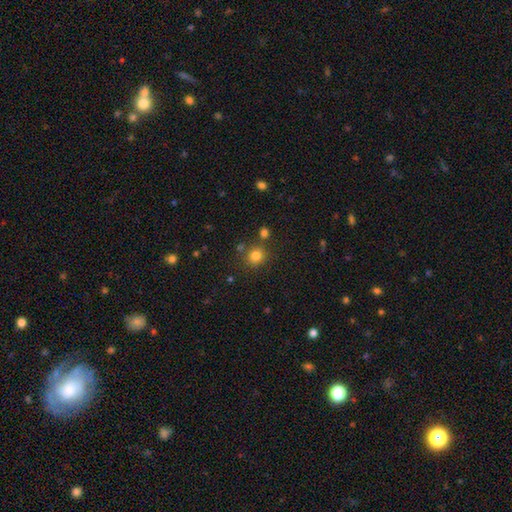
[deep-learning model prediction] smooth-or-featured: smooth: 80% | star or artifact: 14% | featured or disk: 6%
  how-rounded: round: 87% | in between: 12% | cigar-shaped: 1%
  merging: none: 78% | minor disturbance: 9% | merger: 9% | major disturbance: 3%